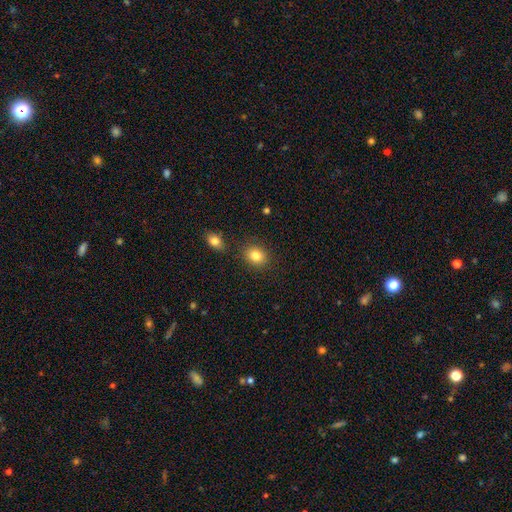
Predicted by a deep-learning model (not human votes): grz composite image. It shows a smooth galaxy with no disk features (83%) that is round (56%). Merging: none (83%).